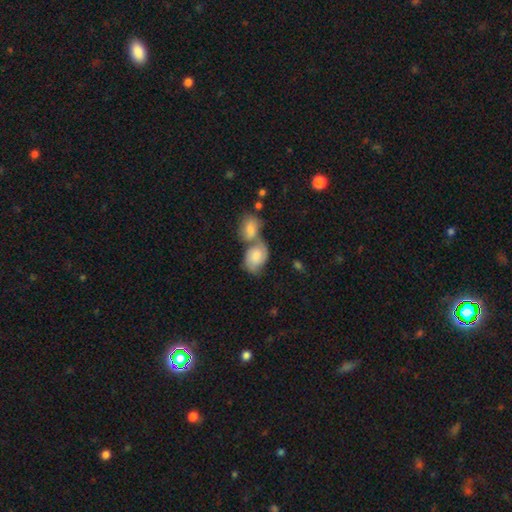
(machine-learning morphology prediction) type=smooth (50%); merging=merger (62%).